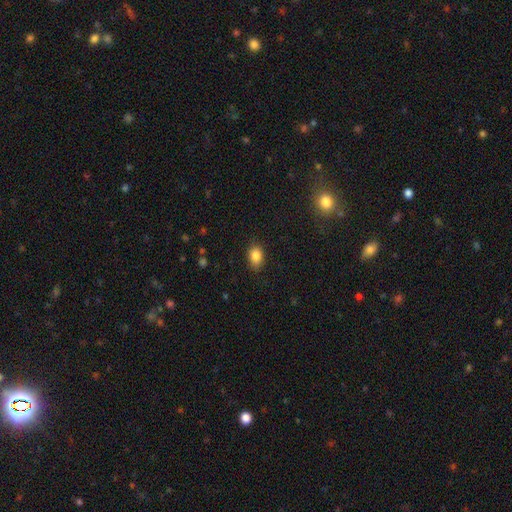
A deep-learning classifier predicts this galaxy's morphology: Smooth or featured? smooth (85%)
How rounded? in between (78%)
Merging? none (85%)